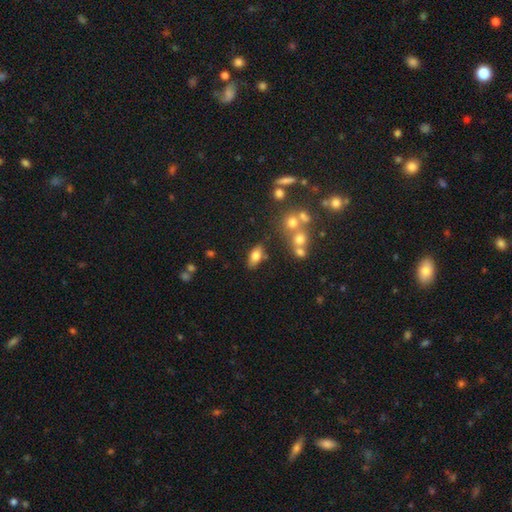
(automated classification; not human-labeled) A smooth galaxy with no disk features (71%) that is in between round and cigar-shaped (85%).

Vote fractions:
- Smooth or featured? smooth: 71% / featured or disk: 18% / star or artifact: 10%
- How rounded? in between: 85% / cigar-shaped: 8% / round: 6%
- Merging? none: 75% / minor disturbance: 13% / merger: 8% / major disturbance: 4%